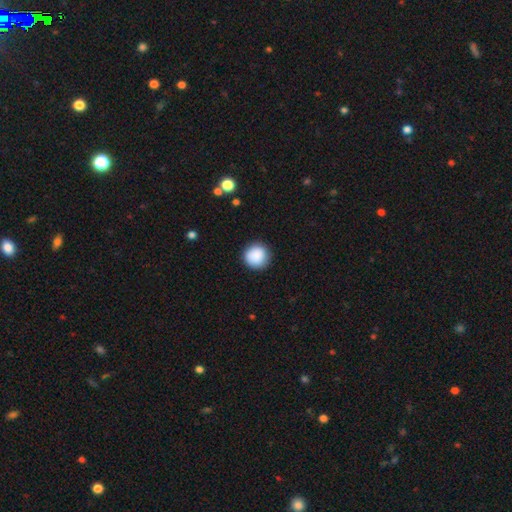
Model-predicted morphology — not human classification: A smooth galaxy with no disk features (89%) that is round (94%).

Vote fractions:
- Smooth or featured? smooth: 89% / star or artifact: 8% / featured or disk: 3%
- How rounded? round: 94% / in between: 5% / cigar-shaped: 1%
- Merging? none: 89% / minor disturbance: 7% / major disturbance: 2% / merger: 1%